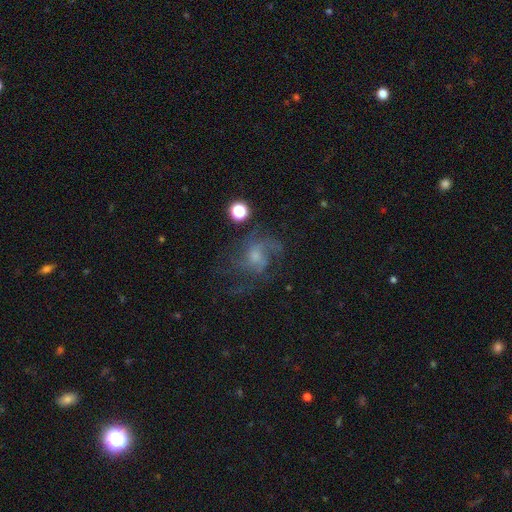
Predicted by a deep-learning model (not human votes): Q: Smooth or featured?
A: featured or disk (66%); runner-up: smooth (17%)
Q: Edge-on disk?
A: no (97%); runner-up: yes (3%)
Q: Bar?
A: no (69%); runner-up: weak (27%)
Q: Spiral arms?
A: yes (84%); runner-up: no (16%)
Q: Spiral winding?
A: medium (45%); runner-up: loose (35%)
Q: Spiral arm count?
A: can't tell (33%); runner-up: 3 (25%)
Q: Bulge size?
A: small (49%); runner-up: moderate (35%)
Q: Merging?
A: none (54%); runner-up: major disturbance (25%)